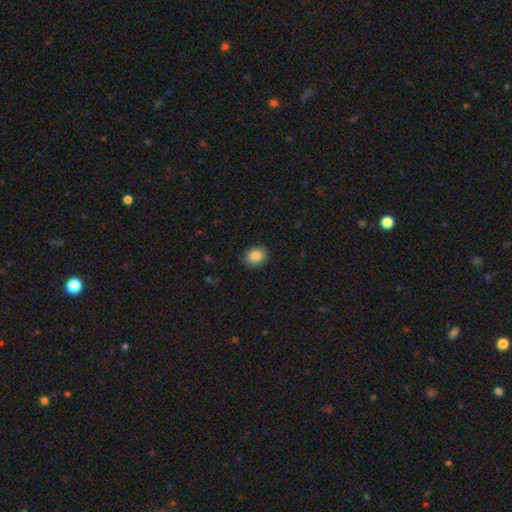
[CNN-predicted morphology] This appears to be a smooth galaxy with no disk features (87%) that is in between round and cigar-shaped (51%). Merging: none (88%).